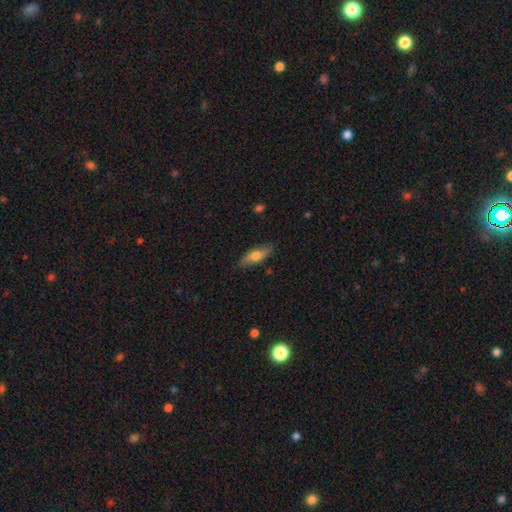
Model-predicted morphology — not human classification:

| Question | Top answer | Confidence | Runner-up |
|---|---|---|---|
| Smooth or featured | smooth | 63% | featured or disk (31%) |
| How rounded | in between | 61% | cigar-shaped (36%) |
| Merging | none | 82% | minor disturbance (14%) |